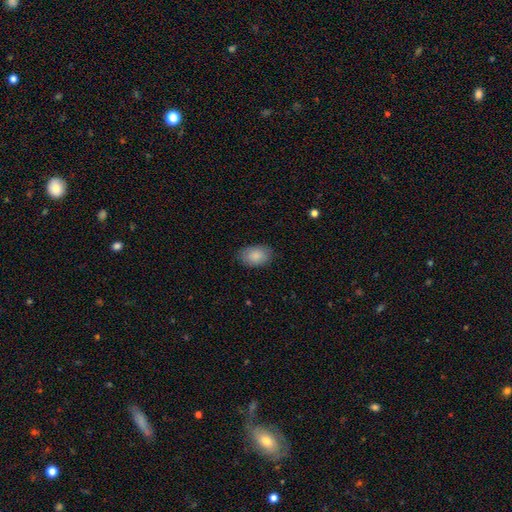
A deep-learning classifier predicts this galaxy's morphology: A smooth galaxy with no disk features (87%) that is in between round and cigar-shaped (89%). Merging: none (83%).